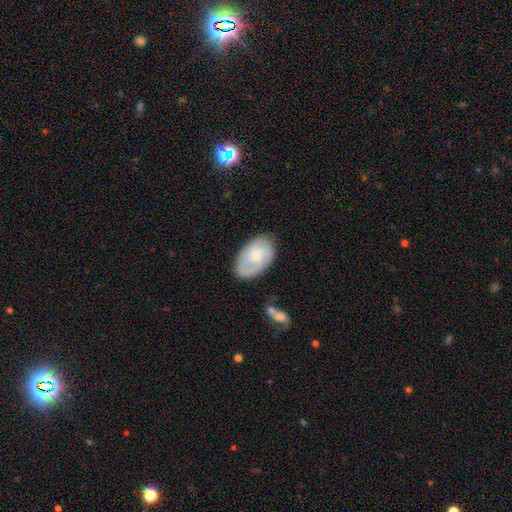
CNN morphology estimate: Smooth or featured: featured or disk — 52% (smooth — 42%)
Edge-on disk: no — 95% (yes — 5%)
Merging: none — 74% (minor disturbance — 19%)